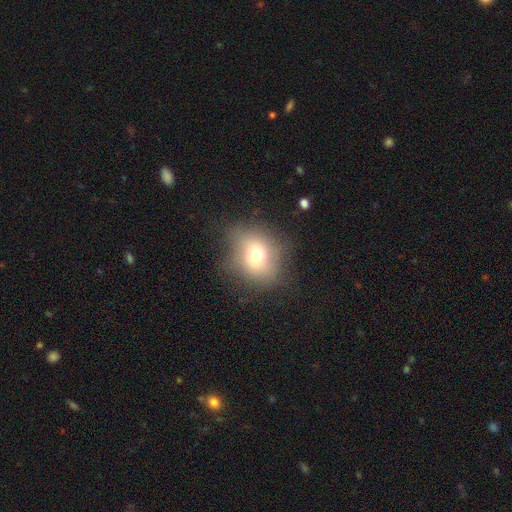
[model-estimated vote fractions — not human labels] Smooth or featured? Predicted: smooth (p=0.67). How rounded? Predicted: round (p=0.71). Merging? Predicted: none (p=0.70).